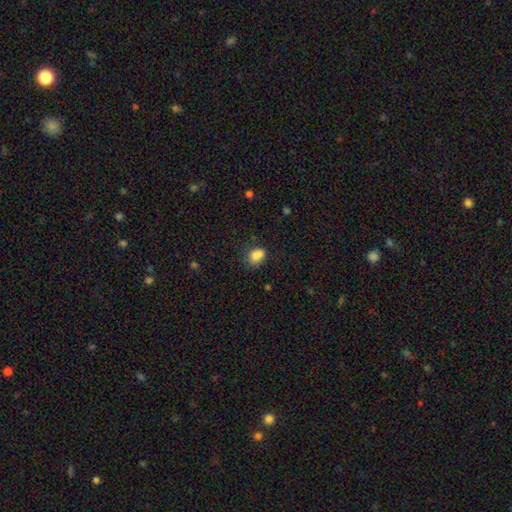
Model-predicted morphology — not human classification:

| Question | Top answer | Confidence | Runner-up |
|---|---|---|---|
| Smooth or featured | smooth | 80% | star or artifact (11%) |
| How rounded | in between | 62% | round (37%) |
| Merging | none | 50% | minor disturbance (24%) |